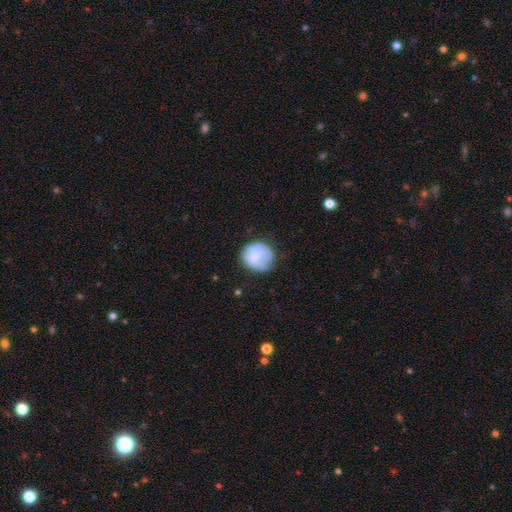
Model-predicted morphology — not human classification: smooth_or_featured: smooth (p=0.62) [alt: featured or disk p=0.30]
how_rounded: round (p=0.83) [alt: in between p=0.16]
merging: none (p=0.59) [alt: minor disturbance p=0.25]